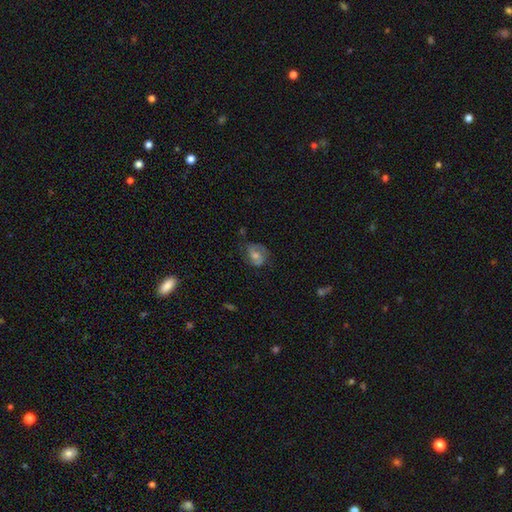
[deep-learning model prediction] A featured or disk galaxy (55%) with no bar (57%), spiral arms (75%) and a moderate central bulge (63%). Merging: none (66%).